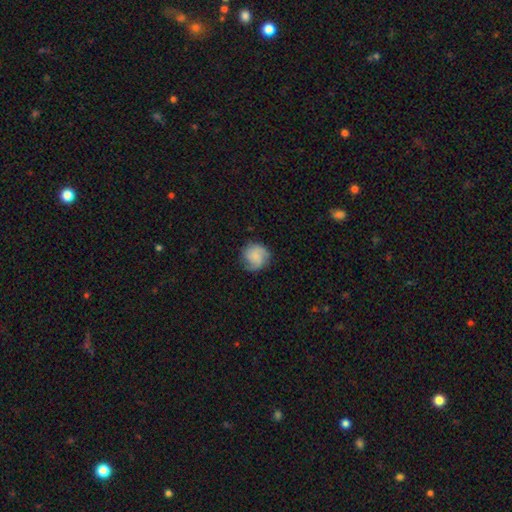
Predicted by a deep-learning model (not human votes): smooth 53%, featured or disk 39%, star or artifact 8%. Down the decision tree: how rounded — round (87%); merging — none (75%).